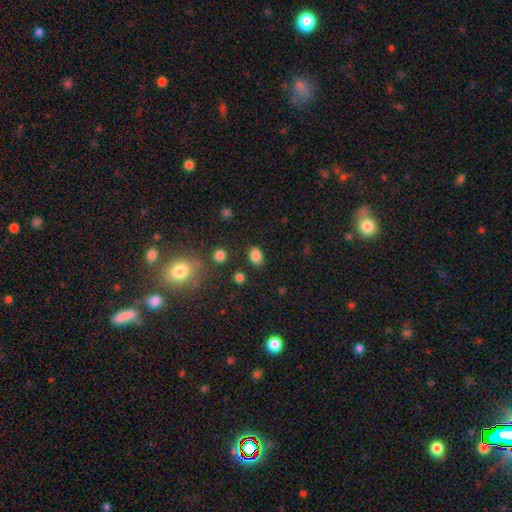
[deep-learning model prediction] Morphology: type=smooth (84%); roundness=in between (76%); merging=none (81%).